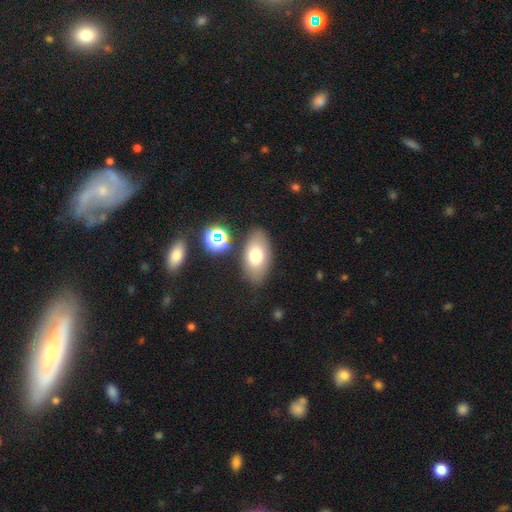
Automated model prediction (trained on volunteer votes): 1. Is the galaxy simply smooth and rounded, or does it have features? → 72% smooth, 18% featured or disk, 10% star or artifact.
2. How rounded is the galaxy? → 91% in between, 7% round, 2% cigar-shaped.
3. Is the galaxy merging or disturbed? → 82% none, 11% minor disturbance, 4% merger, 3% major disturbance.